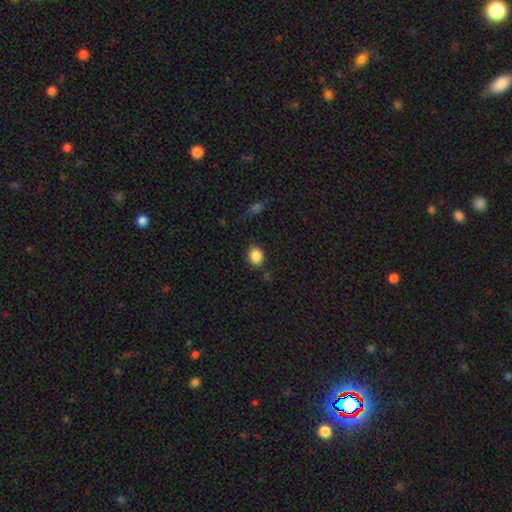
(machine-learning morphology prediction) type=smooth (86%); roundness=round (68%); merging=none (82%).